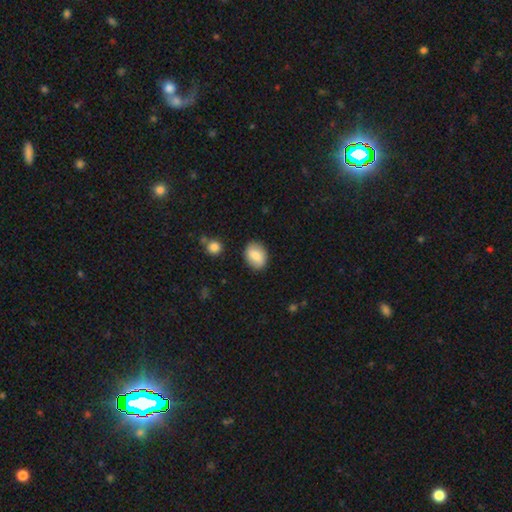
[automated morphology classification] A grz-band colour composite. It shows a smooth galaxy with no disk features (76%) that is in between round and cigar-shaped (62%). Merging: none (82%).